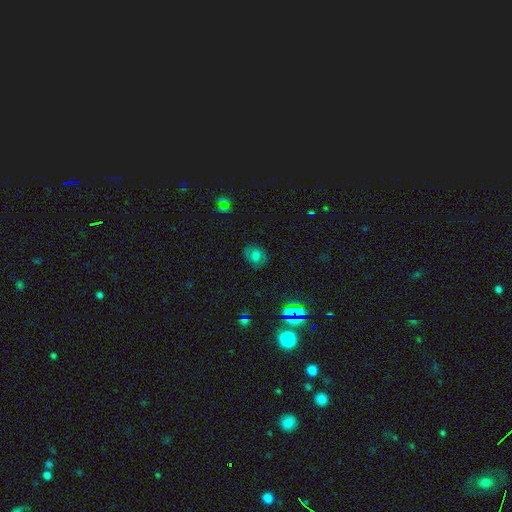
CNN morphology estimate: The model was most divided on "how rounded": in between: 52%, round: 47%, cigar-shaped: 1%. More confident: merging — none (78%); smooth or featured — smooth (52%).